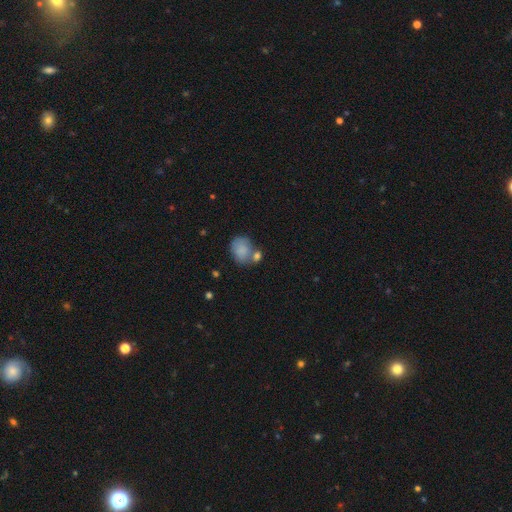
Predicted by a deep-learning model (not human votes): This appears to be a smooth galaxy with no disk features (76%) that is round (54%). Merging: none (49%).